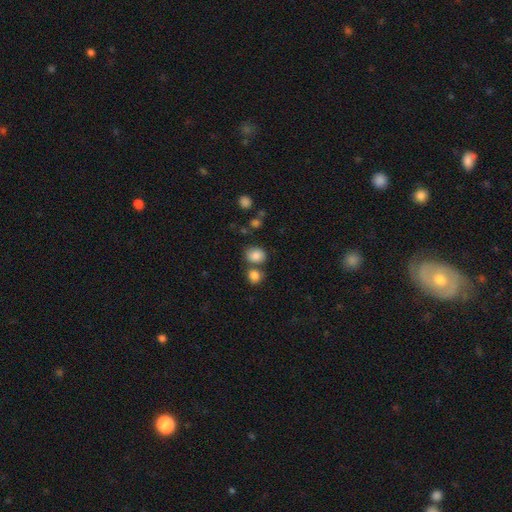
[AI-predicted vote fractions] smooth-or-featured: smooth: 83% | star or artifact: 10% | featured or disk: 7%
  how-rounded: round: 54% | in between: 45% | cigar-shaped: 1%
  merging: none: 60% | merger: 24% | minor disturbance: 12% | major disturbance: 4%